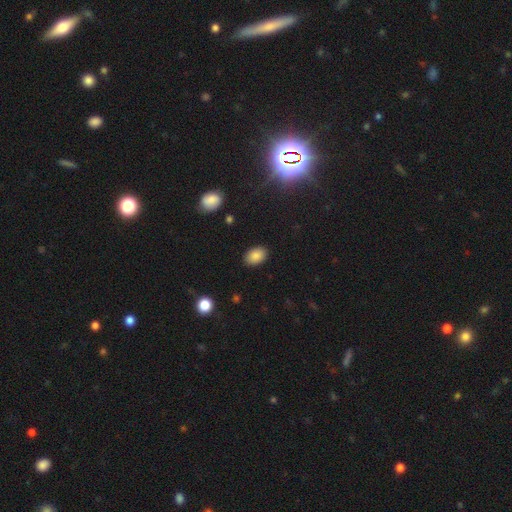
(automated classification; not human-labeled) Morphology: type=smooth (86%); roundness=in between (85%); merging=none (88%).